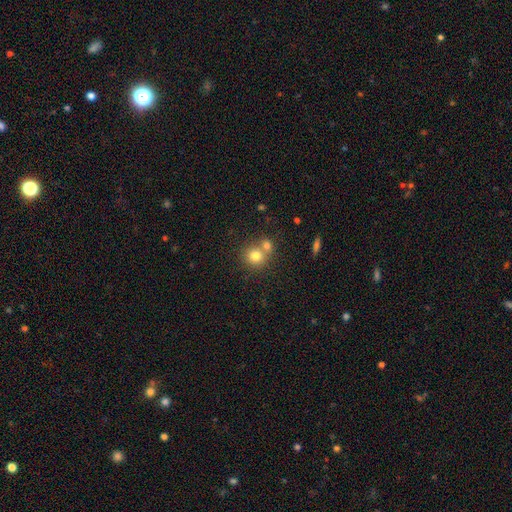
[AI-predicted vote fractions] This appears to be a smooth galaxy with no disk features (77%) that is round (86%). Merging: none (49%).